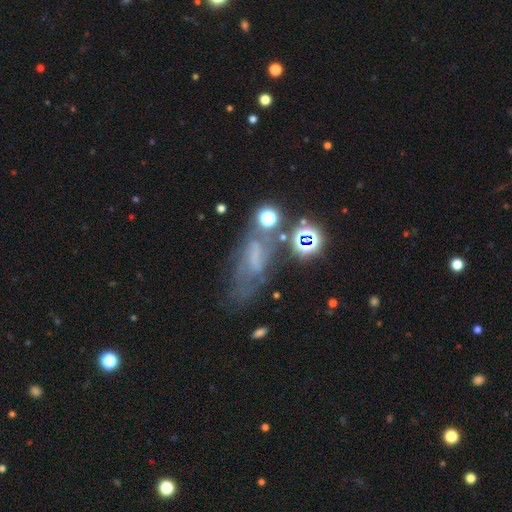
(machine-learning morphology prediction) A featured or disk galaxy (44%).

Vote fractions:
- Smooth or featured? featured or disk: 44% / star or artifact: 28% / smooth: 28%
- Merging? none: 47% / major disturbance: 21% / minor disturbance: 21% / merger: 10%